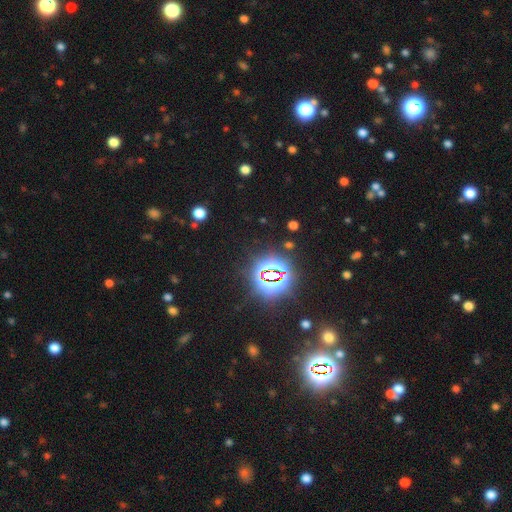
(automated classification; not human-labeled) Smooth or featured: star or artifact — 82% (smooth — 12%)